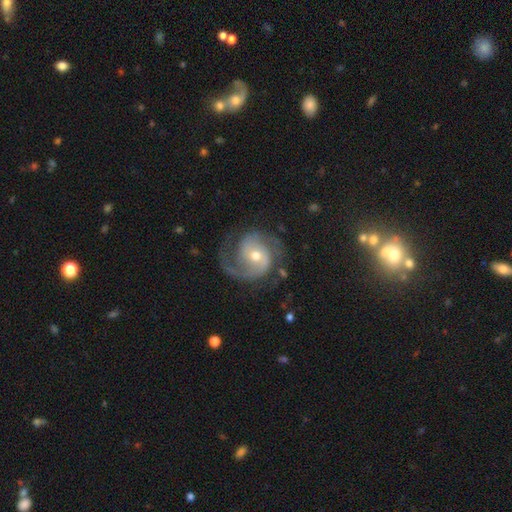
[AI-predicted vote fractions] This is clearly a featured or disk galaxy (87%). It is clearly not viewed edge-on (98%). Bar: likely no (61%). Spiral arm pattern: clearly yes (97%). Spiral arm count: likely 2 (68%). Spiral winding: possibly medium (49%). Central bulge: likely moderate (61%). Merging: likely none (64%).